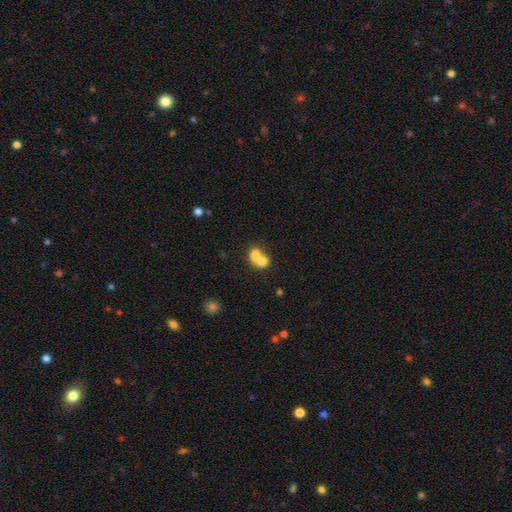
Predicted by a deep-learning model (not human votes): smooth_or_featured: smooth (p=0.71) [alt: featured or disk p=0.20]
how_rounded: round (p=0.51) [alt: in between p=0.48]
merging: merger (p=0.73) [alt: none p=0.19]